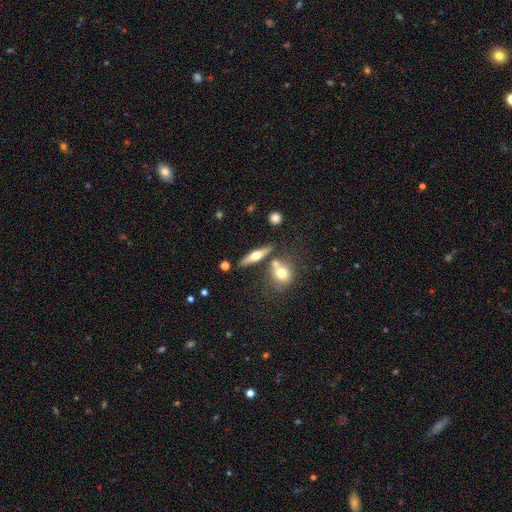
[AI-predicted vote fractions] This appears to be a featured or disk galaxy (54%) viewed edge-on (91%). Merging: none (71%).